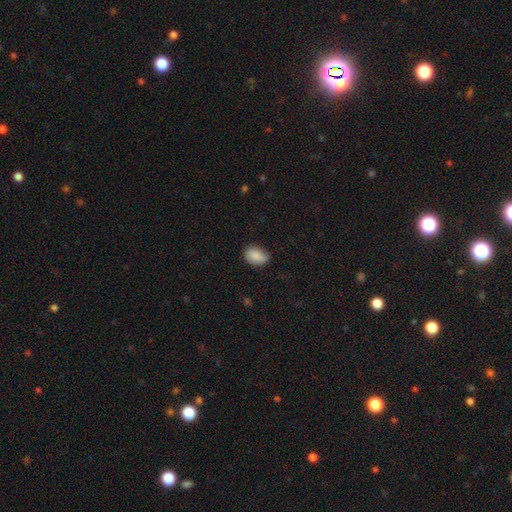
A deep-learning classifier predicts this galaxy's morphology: type=smooth (87%); roundness=in between (82%); merging=none (70%).